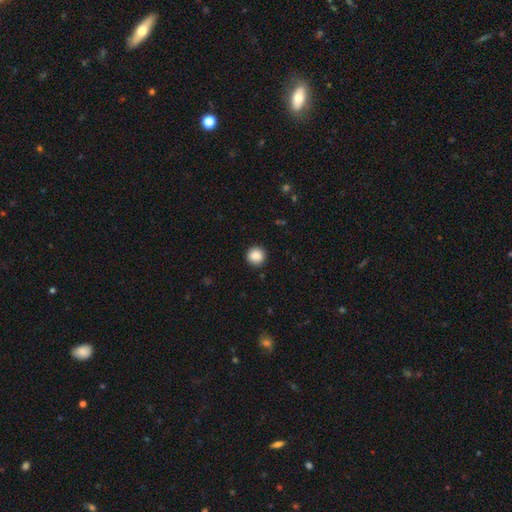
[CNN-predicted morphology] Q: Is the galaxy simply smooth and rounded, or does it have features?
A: smooth — 88%.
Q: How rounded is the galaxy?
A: round — 94%.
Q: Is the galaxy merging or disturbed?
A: none — 91%.